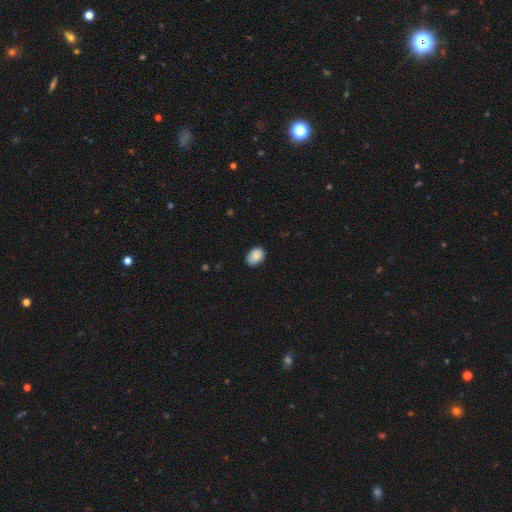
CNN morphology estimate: A smooth galaxy with no disk features (87%) that is in between round and cigar-shaped (81%).

Vote fractions:
- Smooth or featured? smooth: 87% / star or artifact: 7% / featured or disk: 6%
- How rounded? in between: 81% / round: 18% / cigar-shaped: 1%
- Merging? none: 79% / minor disturbance: 17% / major disturbance: 3% / merger: 1%